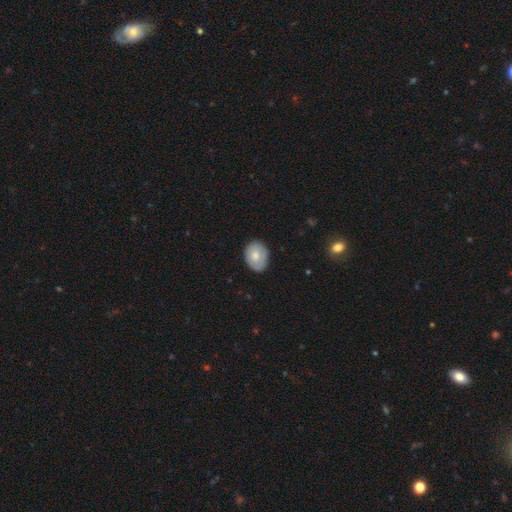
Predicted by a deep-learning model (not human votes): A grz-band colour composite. It shows a smooth galaxy with no disk features (72%) that is in between round and cigar-shaped (65%). Merging: none (79%).